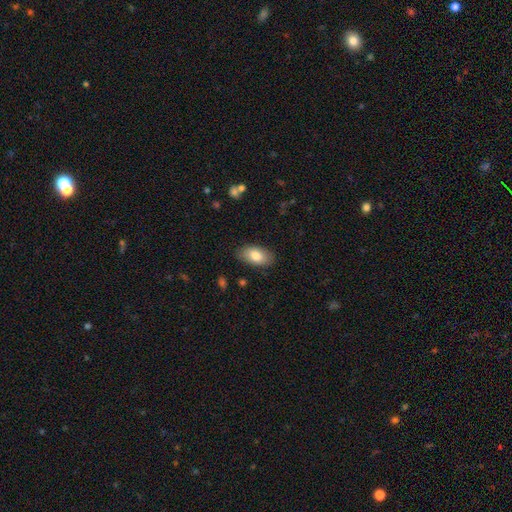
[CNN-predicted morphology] The model was most divided on "smooth or featured": smooth: 80%, featured or disk: 13%, star or artifact: 6%. More confident: how rounded — in between (94%); merging — none (85%).